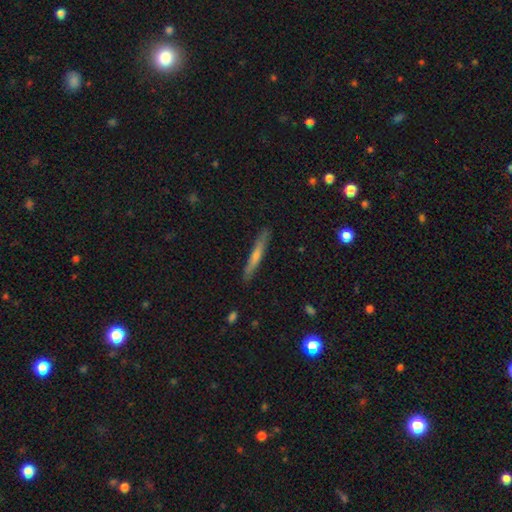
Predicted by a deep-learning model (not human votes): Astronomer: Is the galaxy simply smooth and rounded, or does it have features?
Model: smooth — 49% (runner-up: featured or disk, 44%).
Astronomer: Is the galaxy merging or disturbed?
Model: none — 89%.